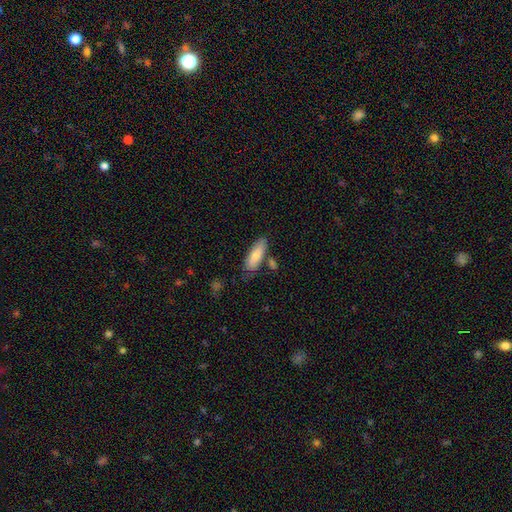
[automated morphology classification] Smooth or featured?
  - smooth: 76% *
  - featured or disk: 18%
  - star or artifact: 6%
How rounded?
  - in between: 64% *
  - cigar-shaped: 34%
  - round: 2%
Merging?
  - none: 69% *
  - minor disturbance: 18%
  - merger: 9%
  - major disturbance: 4%